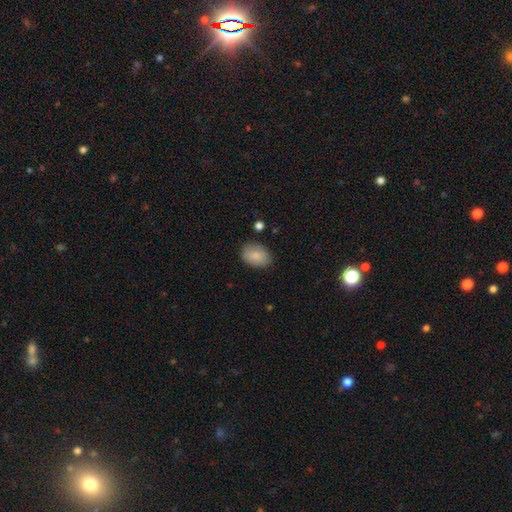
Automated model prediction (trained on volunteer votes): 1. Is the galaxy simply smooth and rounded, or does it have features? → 85% smooth, 9% featured or disk, 7% star or artifact.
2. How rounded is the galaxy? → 78% in between, 21% round, 1% cigar-shaped.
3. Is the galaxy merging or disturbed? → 80% none, 15% minor disturbance, 3% major disturbance, 2% merger.